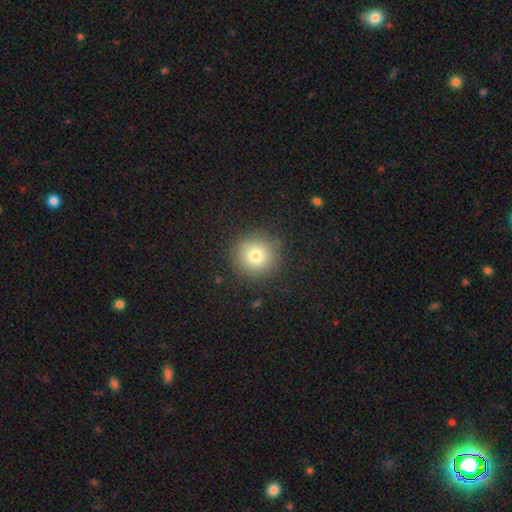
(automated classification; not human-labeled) Smooth or featured: smooth — 77% (star or artifact — 12%)
How rounded: round — 94% (in between — 5%)
Merging: none — 87% (minor disturbance — 8%)